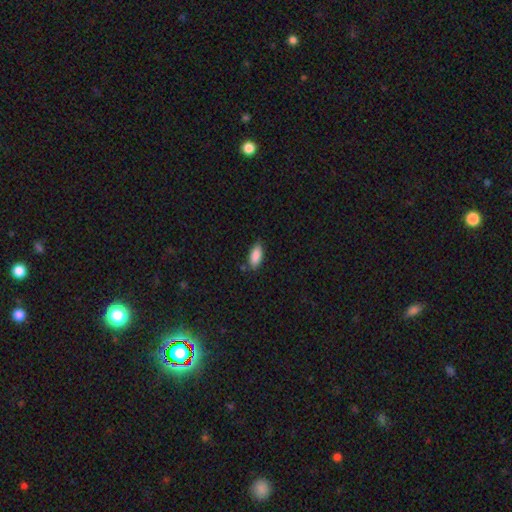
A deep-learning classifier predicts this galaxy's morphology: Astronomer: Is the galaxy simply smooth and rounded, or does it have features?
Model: smooth — 88%.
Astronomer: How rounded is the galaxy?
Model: in between — 86%.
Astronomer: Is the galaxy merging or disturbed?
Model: none — 81%.